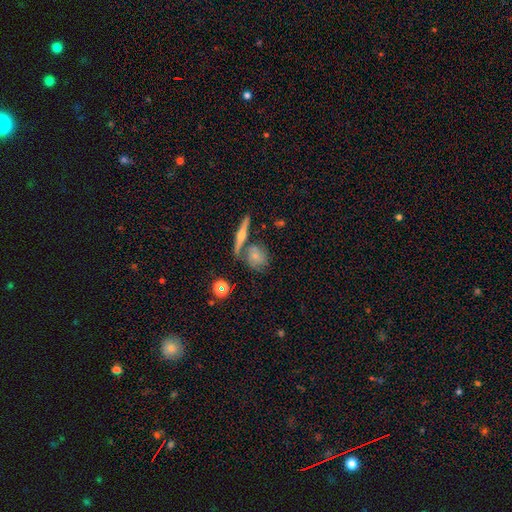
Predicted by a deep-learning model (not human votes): Smooth or featured? Predicted: smooth (p=0.53). How rounded? Predicted: round (p=0.60). Merging? Predicted: none (p=0.60).